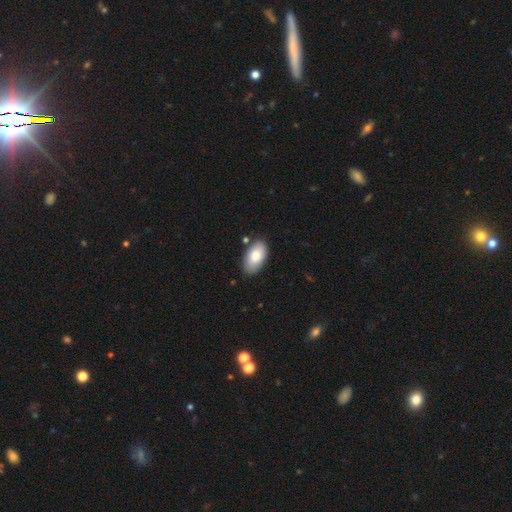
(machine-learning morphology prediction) type=smooth (82%); roundness=in between (95%); merging=none (81%).